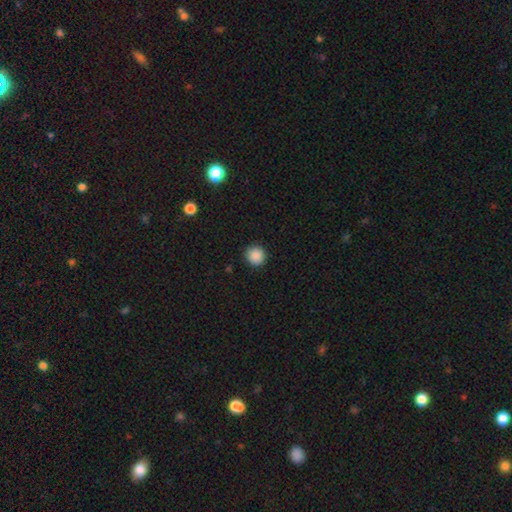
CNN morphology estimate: Q: Smooth or featured?
A: smooth (89%); runner-up: star or artifact (9%)
Q: How rounded?
A: round (93%); runner-up: in between (6%)
Q: Merging?
A: none (91%); runner-up: minor disturbance (6%)